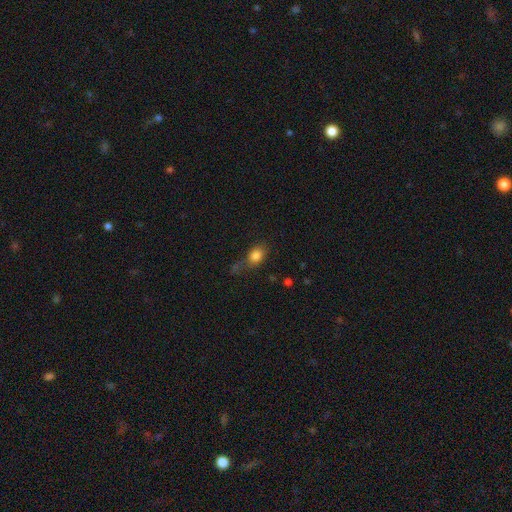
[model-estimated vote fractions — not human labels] smooth_or_featured: smooth (p=0.81) [alt: star or artifact p=0.11]
how_rounded: in between (p=0.62) [alt: round p=0.34]
merging: none (p=0.49) [alt: minor disturbance p=0.25]